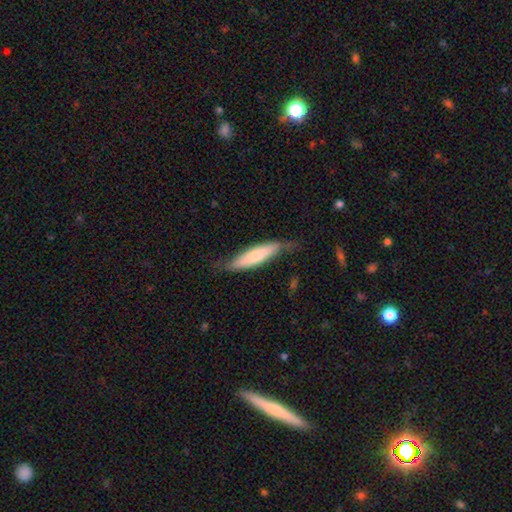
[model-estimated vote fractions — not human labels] Smooth or featured?
  - smooth: 61% *
  - featured or disk: 34%
  - star or artifact: 5%
How rounded?
  - cigar-shaped: 71% *
  - in between: 28%
  - round: 2%
Merging?
  - none: 64% *
  - minor disturbance: 27%
  - major disturbance: 8%
  - merger: 2%